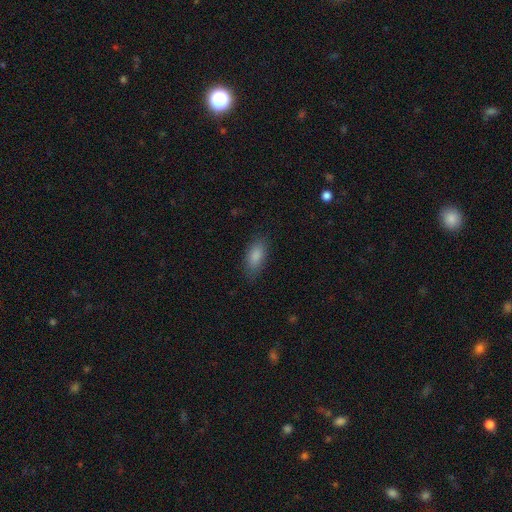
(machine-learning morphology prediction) A smooth galaxy with no disk features (86%) that is in between round and cigar-shaped (87%).

Vote fractions:
- Smooth or featured? smooth: 86% / star or artifact: 7% / featured or disk: 7%
- How rounded? in between: 87% / cigar-shaped: 10% / round: 3%
- Merging? none: 81% / minor disturbance: 14% / major disturbance: 4% / merger: 1%